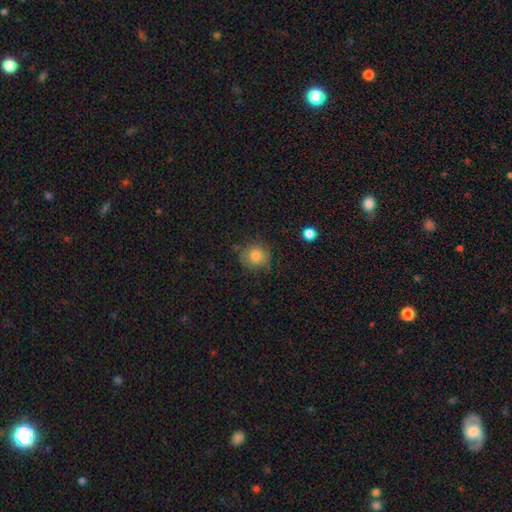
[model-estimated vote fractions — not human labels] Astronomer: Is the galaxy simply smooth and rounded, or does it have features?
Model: smooth — 81%.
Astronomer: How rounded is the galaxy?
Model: round — 86%.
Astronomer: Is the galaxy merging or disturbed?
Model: none — 76%.